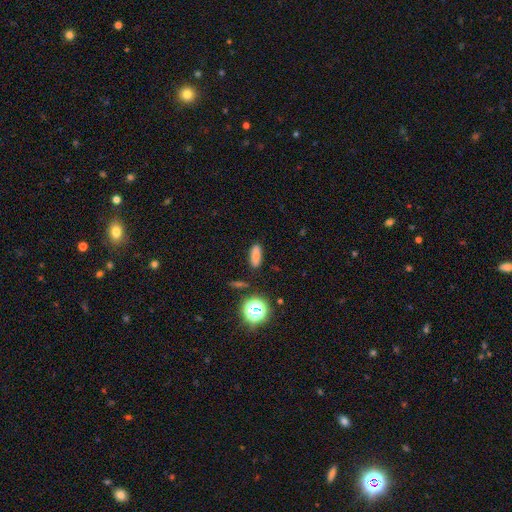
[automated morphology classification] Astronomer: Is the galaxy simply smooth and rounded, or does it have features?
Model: smooth — 79%.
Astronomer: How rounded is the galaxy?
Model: in between — 51% (runner-up: cigar-shaped, 43%).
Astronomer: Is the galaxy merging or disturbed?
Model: none — 86%.